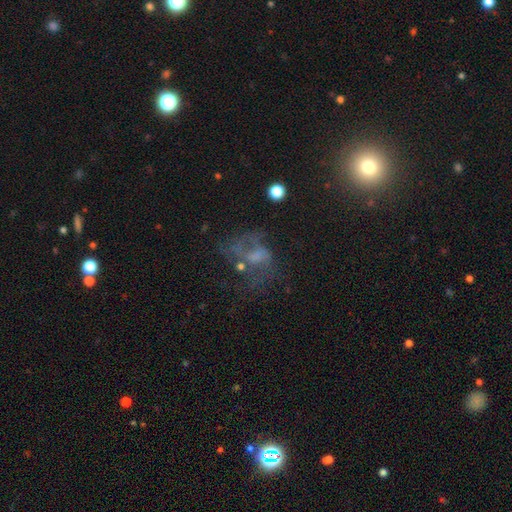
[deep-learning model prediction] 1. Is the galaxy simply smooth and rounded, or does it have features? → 51% featured or disk, 25% star or artifact, 25% smooth.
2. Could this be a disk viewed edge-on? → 96% no, 4% yes.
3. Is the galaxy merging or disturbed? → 40% major disturbance, 35% none, 16% minor disturbance, 9% merger.